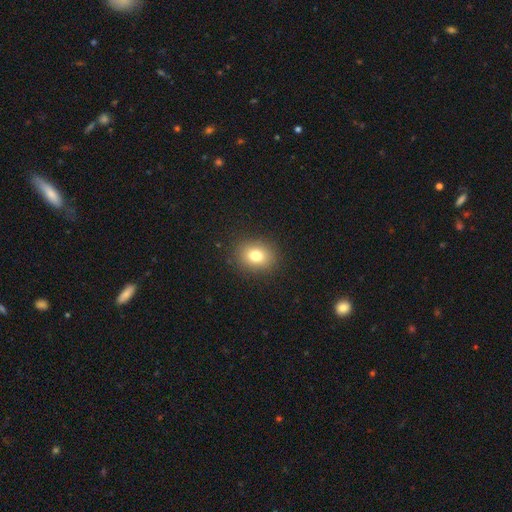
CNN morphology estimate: smooth-or-featured: smooth: 79% | star or artifact: 12% | featured or disk: 10%
  how-rounded: round: 53% | in between: 46% | cigar-shaped: 1%
  merging: none: 88% | minor disturbance: 8% | major disturbance: 3% | merger: 1%